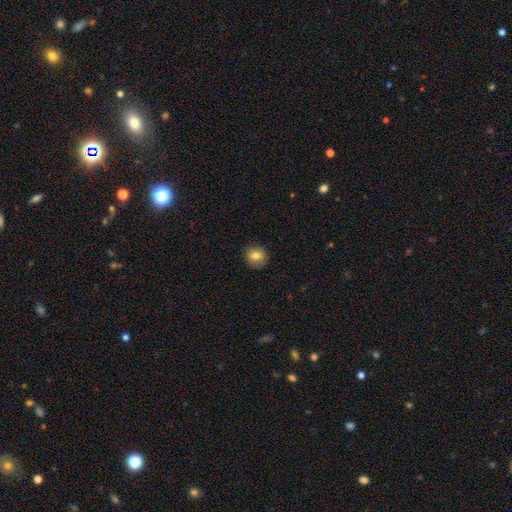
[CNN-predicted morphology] Smooth or featured?
  - smooth: 79% *
  - featured or disk: 11%
  - star or artifact: 10%
How rounded?
  - round: 87% *
  - in between: 12%
  - cigar-shaped: 1%
Merging?
  - none: 86% *
  - minor disturbance: 10%
  - major disturbance: 2%
  - merger: 1%